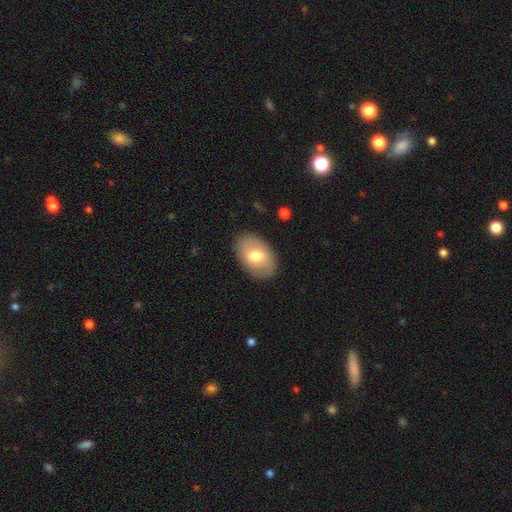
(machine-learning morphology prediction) Smooth or featured? smooth (66%)
How rounded? in between (87%)
Merging? none (85%)